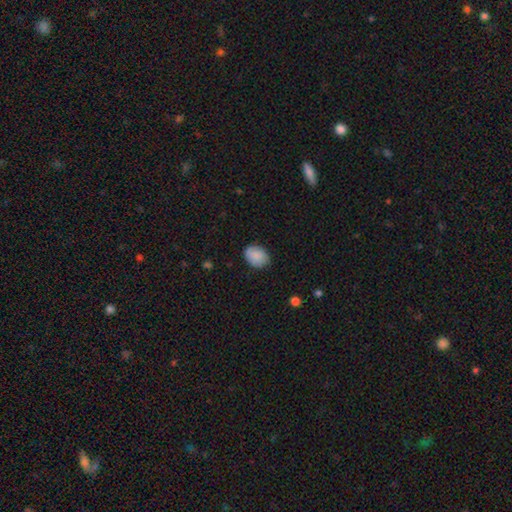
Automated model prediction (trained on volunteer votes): Smooth or featured? Predicted: smooth (p=0.85). How rounded? Predicted: in between (p=0.61). Merging? Predicted: none (p=0.80).